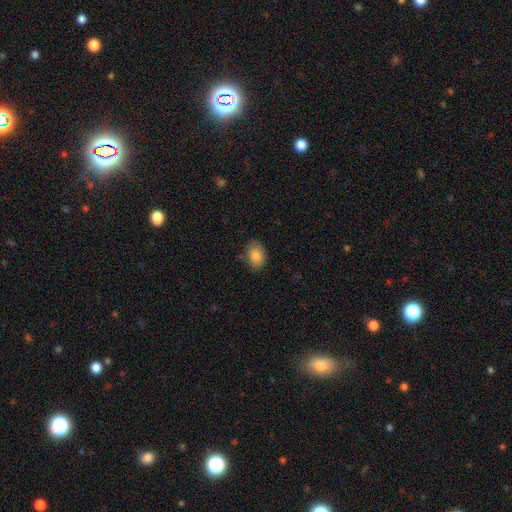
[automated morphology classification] smooth 85%, featured or disk 8%, star or artifact 7%. Down the decision tree: how rounded — in between (80%); merging — none (80%).